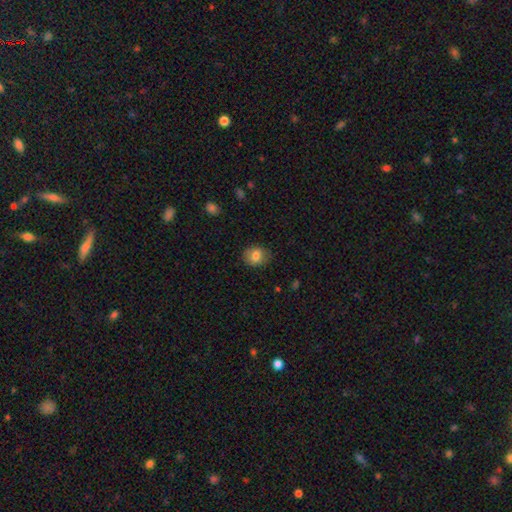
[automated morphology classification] smooth_or_featured: smooth (p=0.81) [alt: featured or disk p=0.10]
how_rounded: round (p=0.64) [alt: in between p=0.35]
merging: none (p=0.84) [alt: minor disturbance p=0.12]